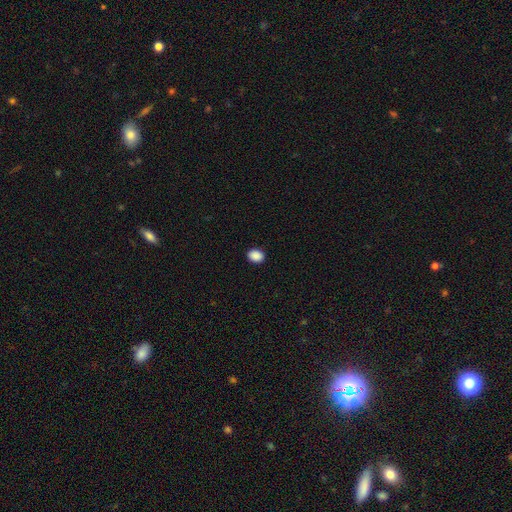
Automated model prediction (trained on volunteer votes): Smooth or featured?
  - smooth: 90% *
  - star or artifact: 8%
  - featured or disk: 2%
How rounded?
  - in between: 59% *
  - round: 40%
  - cigar-shaped: 1%
Merging?
  - none: 91% *
  - minor disturbance: 7%
  - major disturbance: 2%
  - merger: 1%